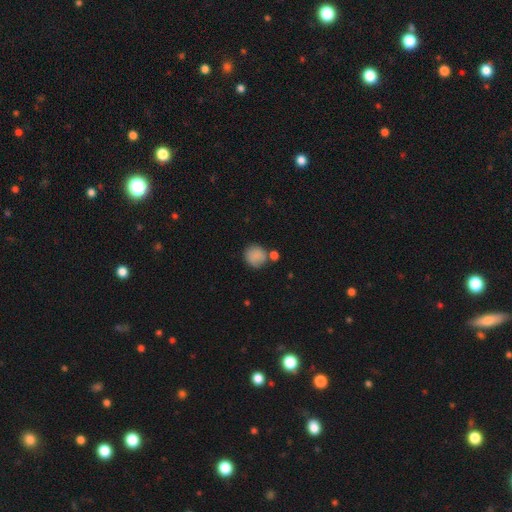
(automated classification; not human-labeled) A smooth galaxy with no disk features (85%) that is round (87%). Merging: none (65%).